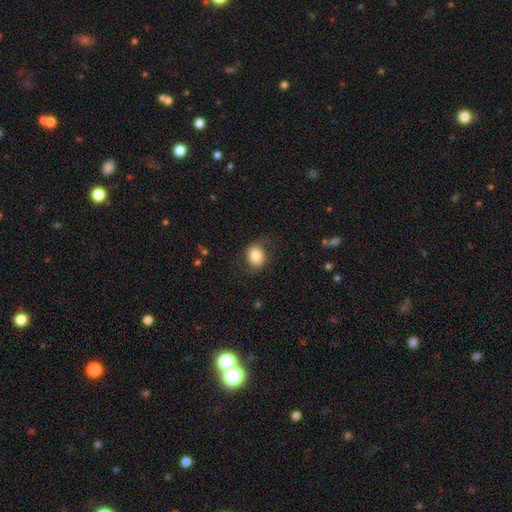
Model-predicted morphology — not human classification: smooth-or-featured: smooth: 80% | featured or disk: 11% | star or artifact: 8%
  how-rounded: round: 57% | in between: 42% | cigar-shaped: 1%
  merging: none: 76% | minor disturbance: 16% | major disturbance: 7% | merger: 1%